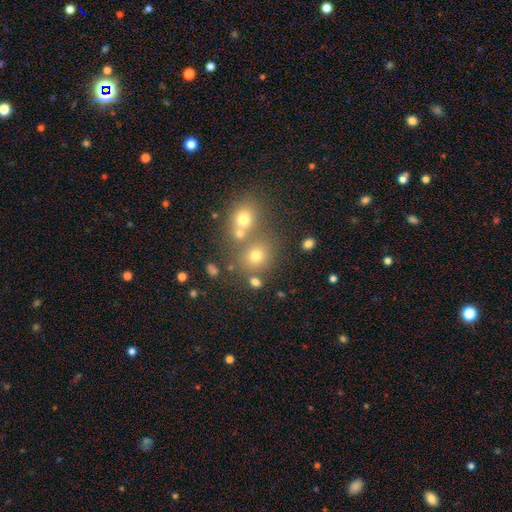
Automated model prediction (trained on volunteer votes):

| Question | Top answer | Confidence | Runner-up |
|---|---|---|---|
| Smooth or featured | smooth | 66% | star or artifact (21%) |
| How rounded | round | 79% | in between (20%) |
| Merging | none | 54% | merger (34%) |